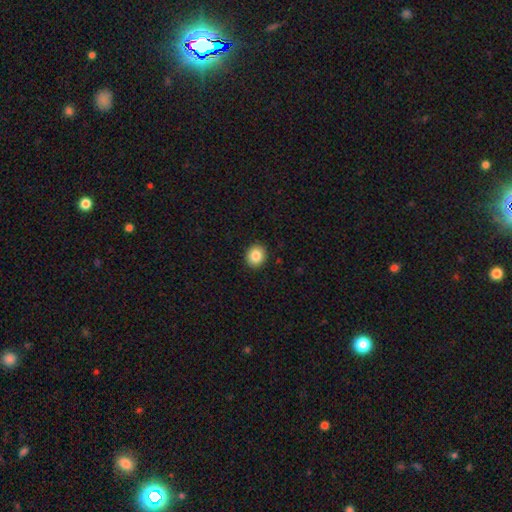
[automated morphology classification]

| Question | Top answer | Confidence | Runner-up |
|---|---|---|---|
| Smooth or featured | smooth | 85% | star or artifact (9%) |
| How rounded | round | 77% | in between (22%) |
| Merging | none | 92% | minor disturbance (5%) |